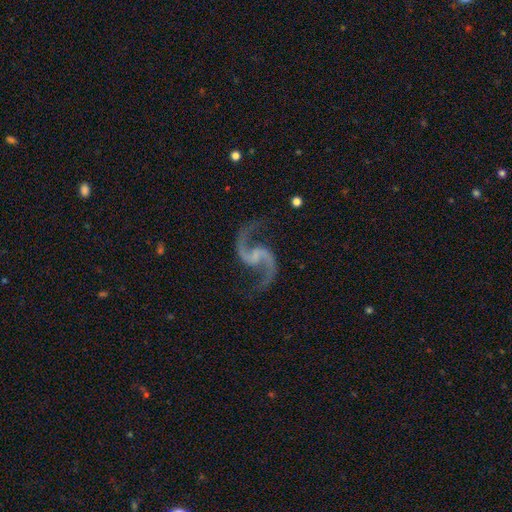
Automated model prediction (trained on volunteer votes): Smooth or featured? Predicted: featured or disk (p=0.94). Edge-on disk? Predicted: no (p=0.98). Bar? Predicted: weak (p=0.45). Spiral arms? Predicted: yes (p=0.98). Spiral winding? Predicted: loose (p=0.63). Spiral arm count? Predicted: 2 (p=0.95). Bulge size? Predicted: none (p=0.52). Merging? Predicted: none (p=0.80).